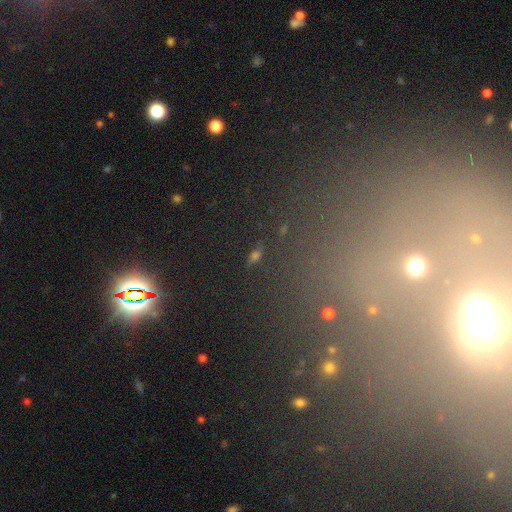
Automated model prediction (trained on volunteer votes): A smooth galaxy with no disk features (43%). Merging: none (77%).